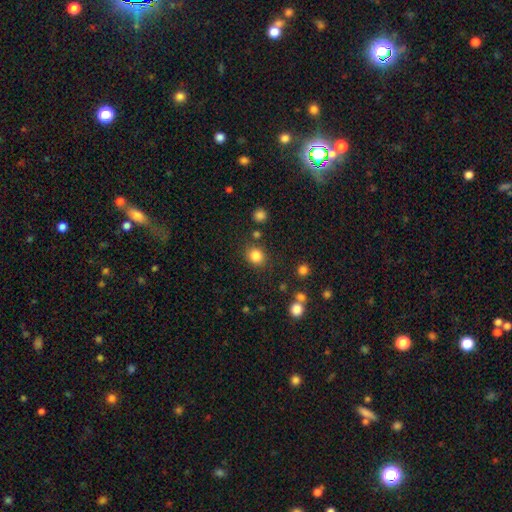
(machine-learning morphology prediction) Smooth or featured? smooth (84%)
How rounded? round (79%)
Merging? none (81%)